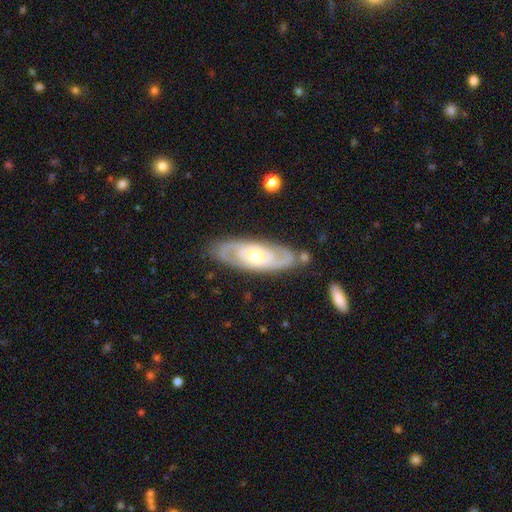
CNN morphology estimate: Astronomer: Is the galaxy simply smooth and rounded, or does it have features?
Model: featured or disk — 82%.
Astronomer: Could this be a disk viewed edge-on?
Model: no — 89%.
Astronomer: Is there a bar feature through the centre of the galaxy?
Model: no — 61%.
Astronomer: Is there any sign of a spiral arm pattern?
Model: yes — 89%.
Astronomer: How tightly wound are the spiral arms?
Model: tight — 59%.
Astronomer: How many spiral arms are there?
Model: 2 — 78%.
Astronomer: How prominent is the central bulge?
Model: moderate — 65%.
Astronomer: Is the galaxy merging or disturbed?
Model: none — 82%.